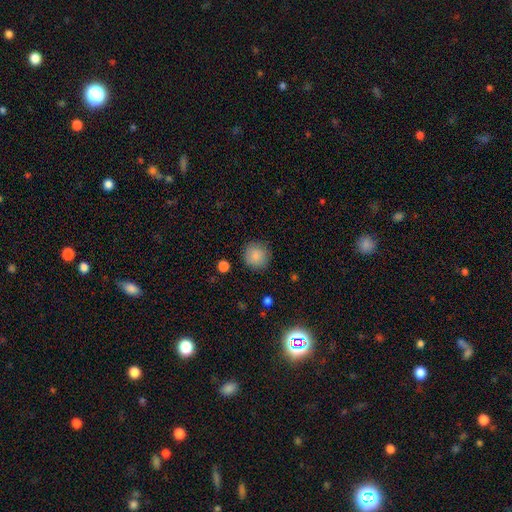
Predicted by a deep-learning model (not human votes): A smooth galaxy with no disk features (86%) that is round (93%).

Vote fractions:
- Smooth or featured? smooth: 86% / star or artifact: 9% / featured or disk: 5%
- How rounded? round: 93% / in between: 6% / cigar-shaped: 1%
- Merging? none: 88% / minor disturbance: 8% / major disturbance: 3% / merger: 1%